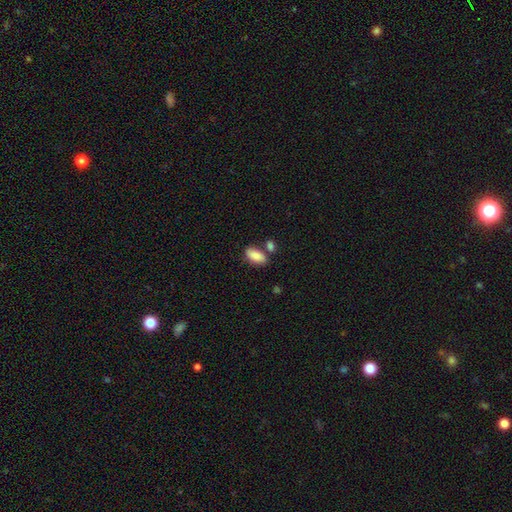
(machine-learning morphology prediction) The model was most divided on "merging": none: 64%, merger: 18%, minor disturbance: 14%, major disturbance: 4%. More confident: how rounded — in between (90%); smooth or featured — smooth (87%).